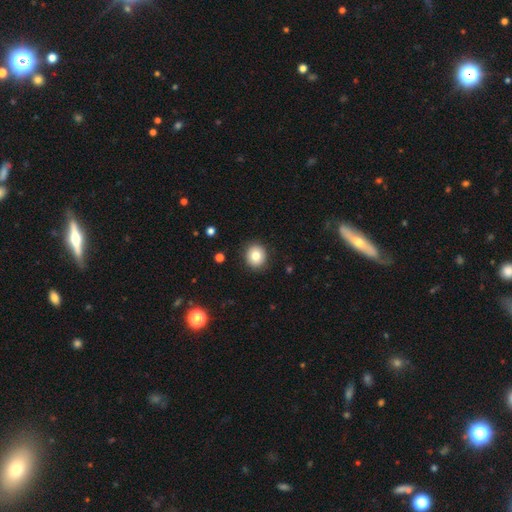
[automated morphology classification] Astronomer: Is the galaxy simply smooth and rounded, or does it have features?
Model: smooth — 81%.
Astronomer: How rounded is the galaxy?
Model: round — 81%.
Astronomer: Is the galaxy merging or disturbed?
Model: none — 89%.